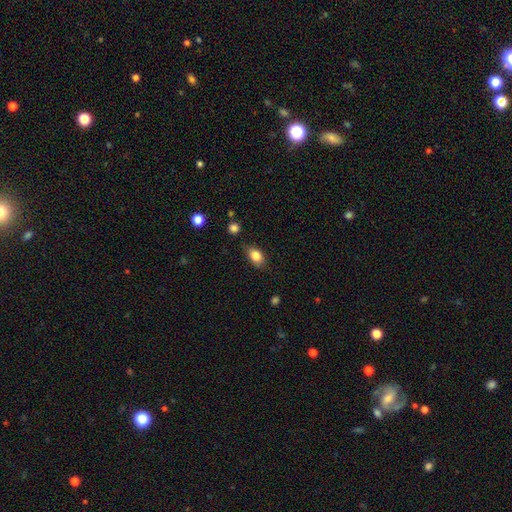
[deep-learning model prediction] smooth_or_featured: smooth (p=0.84) [alt: star or artifact p=0.08]
how_rounded: in between (p=0.84) [alt: round p=0.14]
merging: none (p=0.79) [alt: minor disturbance p=0.16]